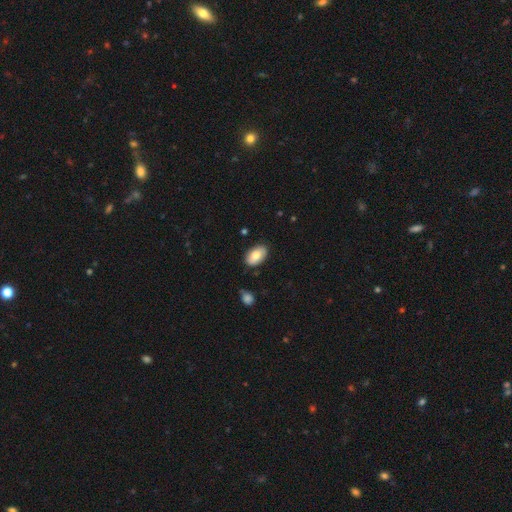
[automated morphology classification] Smooth or featured? smooth (79%)
How rounded? in between (93%)
Merging? none (82%)